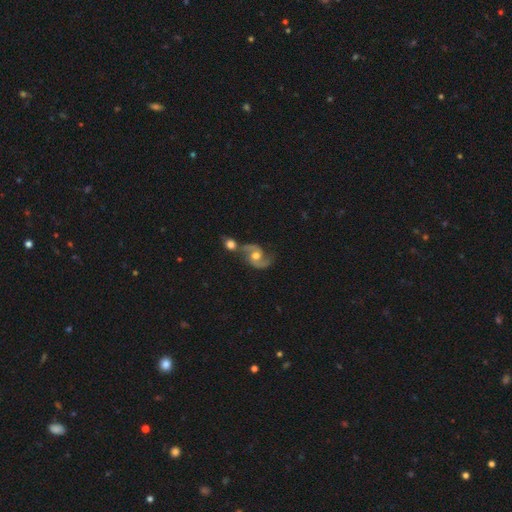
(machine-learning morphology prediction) This appears to be a featured or disk galaxy (87%) with no bar (61%), 2 (92%) medium (53%) spiral arms (96%) and a moderate central bulge (73%). Merging: none (53%).